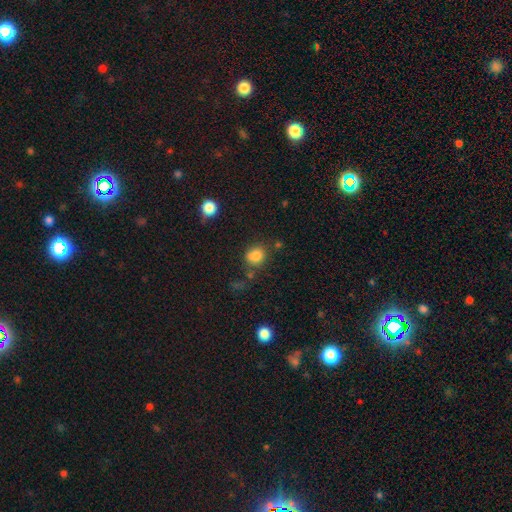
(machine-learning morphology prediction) Smooth or featured? Predicted: smooth (p=0.82). How rounded? Predicted: round (p=0.74). Merging? Predicted: none (p=0.70).